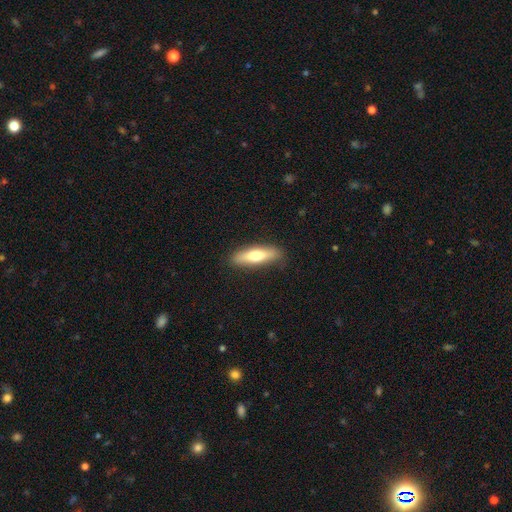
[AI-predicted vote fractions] Q: Smooth or featured?
A: smooth (64%); runner-up: featured or disk (30%)
Q: How rounded?
A: cigar-shaped (64%); runner-up: in between (34%)
Q: Merging?
A: none (87%); runner-up: minor disturbance (10%)